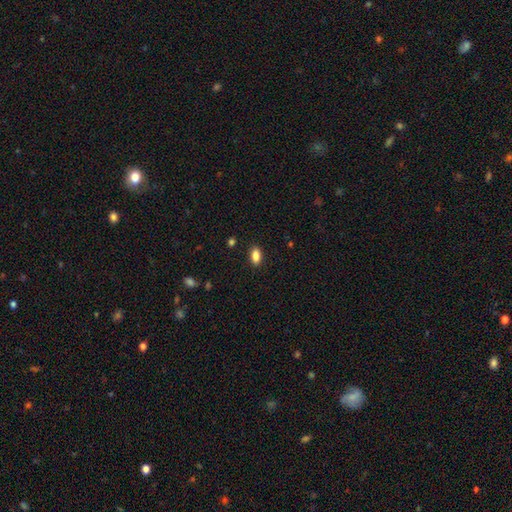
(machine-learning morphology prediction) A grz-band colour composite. It shows a smooth galaxy with no disk features (86%) that is in between round and cigar-shaped (89%). Merging: none (88%).